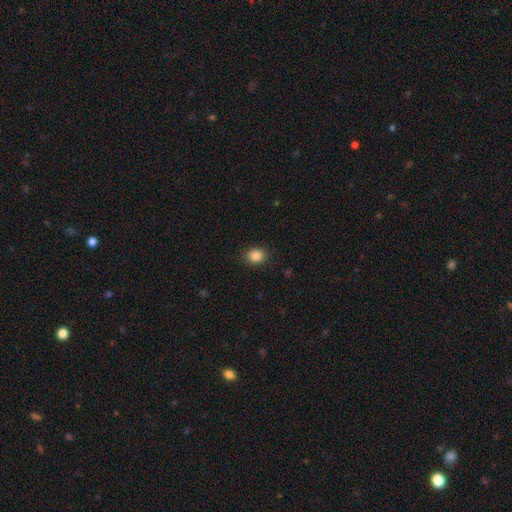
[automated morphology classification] The model was most divided on "how rounded": round: 54%, in between: 45%, cigar-shaped: 1%. More confident: merging — none (88%); smooth or featured — smooth (86%).